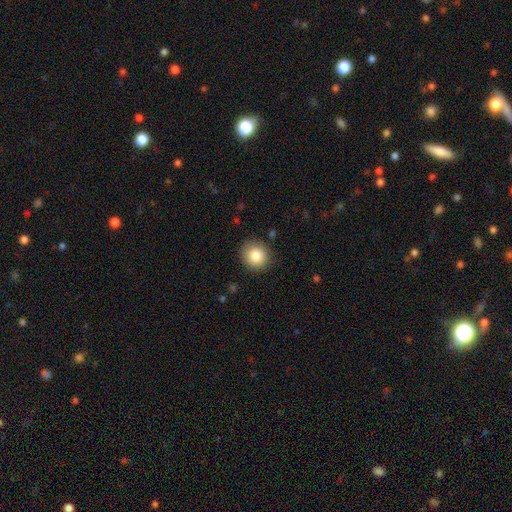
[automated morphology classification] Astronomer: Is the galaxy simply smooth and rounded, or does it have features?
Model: smooth — 84%.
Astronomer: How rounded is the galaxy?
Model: round — 84%.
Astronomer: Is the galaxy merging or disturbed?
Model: none — 88%.